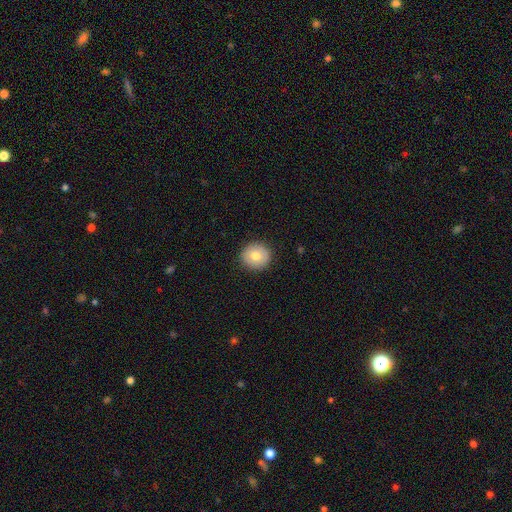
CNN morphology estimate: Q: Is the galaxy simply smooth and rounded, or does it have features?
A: smooth — 74%.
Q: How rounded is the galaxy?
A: round — 93%.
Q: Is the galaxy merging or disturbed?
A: none — 91%.